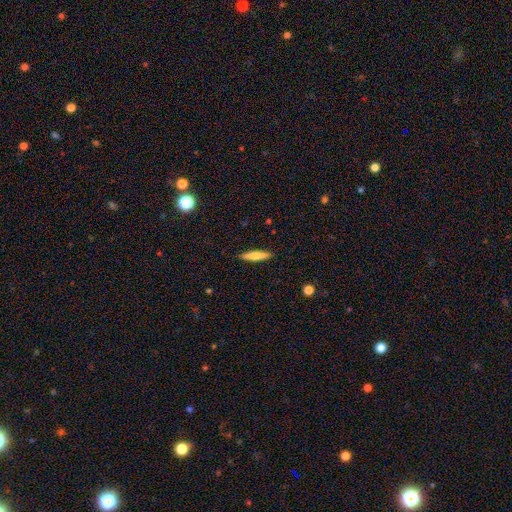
A smooth galaxy with no disk features (71%) that is cigar-shaped (85%). Merging: none (94%).